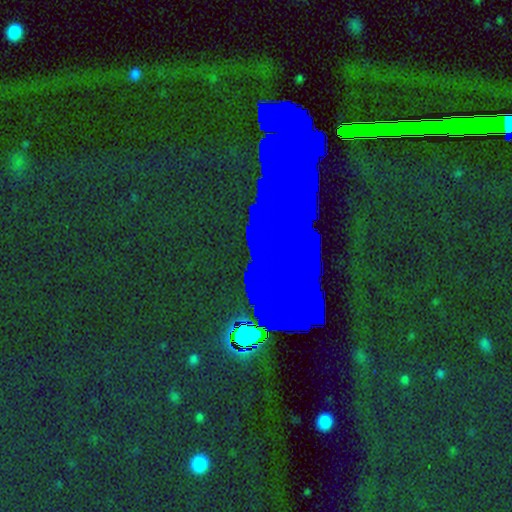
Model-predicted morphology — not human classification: Smooth or featured? Predicted: star or artifact (p=0.81).